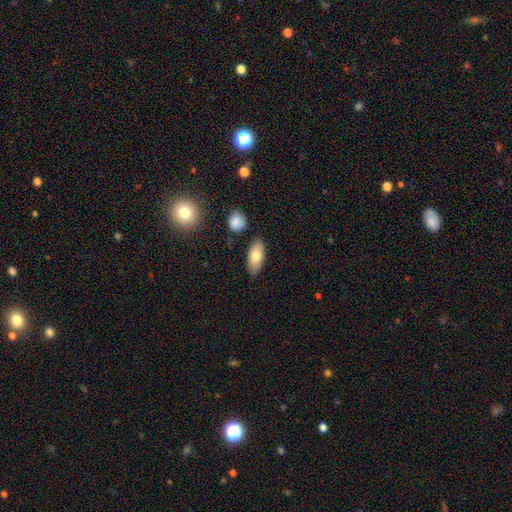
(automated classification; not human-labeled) A smooth galaxy with no disk features (79%) that is in between round and cigar-shaped (89%).

Vote fractions:
- Smooth or featured? smooth: 79% / featured or disk: 14% / star or artifact: 7%
- How rounded? in between: 89% / cigar-shaped: 8% / round: 3%
- Merging? none: 83% / minor disturbance: 11% / merger: 3% / major disturbance: 2%